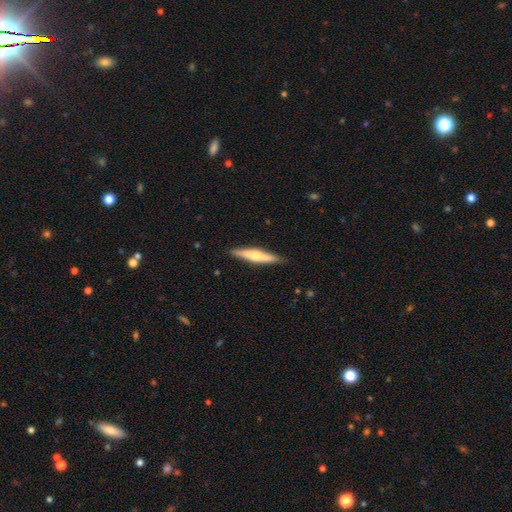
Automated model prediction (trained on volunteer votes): A featured or disk galaxy (51%) viewed edge-on (96%). Merging: none (89%).